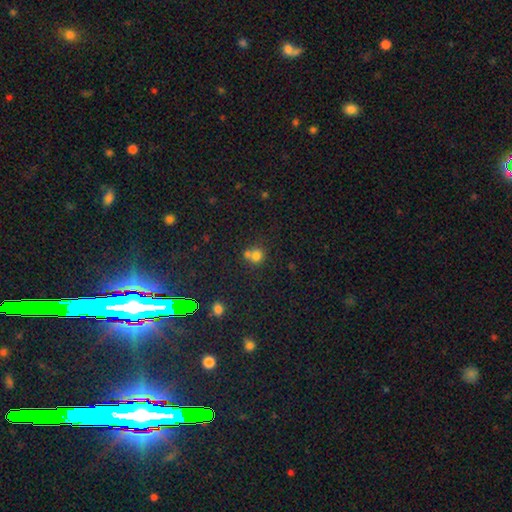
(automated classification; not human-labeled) A smooth galaxy with no disk features (75%) that is round (83%).

Vote fractions:
- Smooth or featured? smooth: 75% / star or artifact: 15% / featured or disk: 10%
- How rounded? round: 83% / in between: 16% / cigar-shaped: 1%
- Merging? merger: 44% / none: 43% / minor disturbance: 9% / major disturbance: 4%